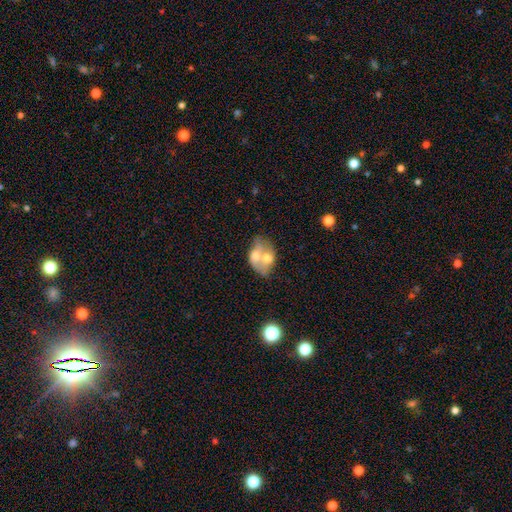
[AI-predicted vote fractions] A smooth galaxy with no disk features (53%) that is in between round and cigar-shaped (75%). Merging: merger (67%).